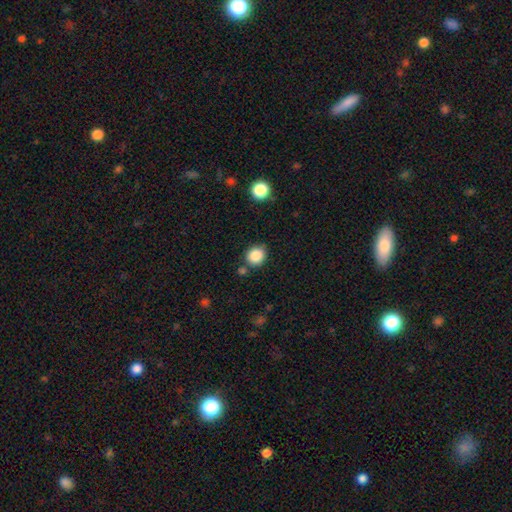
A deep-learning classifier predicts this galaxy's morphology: Overall: smooth (86%). How rounded: round (81%). Merging: none (80%).